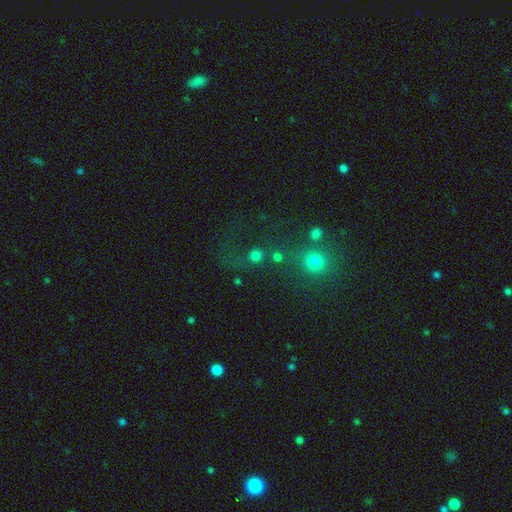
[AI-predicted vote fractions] Smooth or featured? smooth (71%)
How rounded? round (91%)
Merging? none (64%)